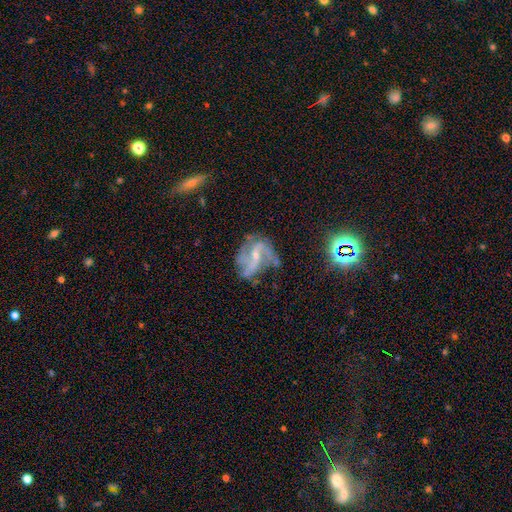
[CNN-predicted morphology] type=featured or disk (82%); edge-on=no (97%); bar=weak (48%); spiral arms=yes (92%); winding=loose (48%); arm count=2 (61%); bulge=small (61%); merging=none (45%).